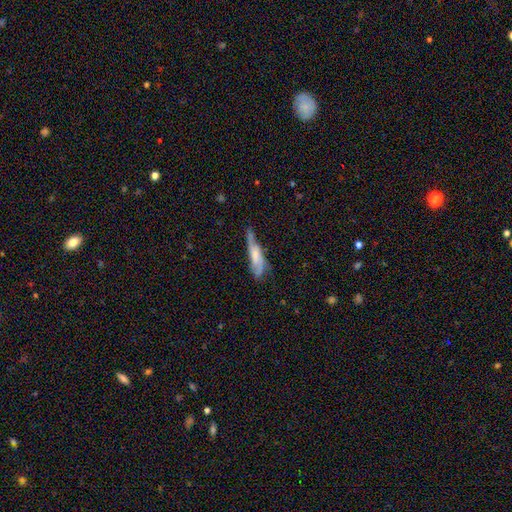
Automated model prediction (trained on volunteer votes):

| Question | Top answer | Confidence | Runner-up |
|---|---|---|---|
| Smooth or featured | smooth | 50% | featured or disk (43%) |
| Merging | none | 41% | minor disturbance (35%) |